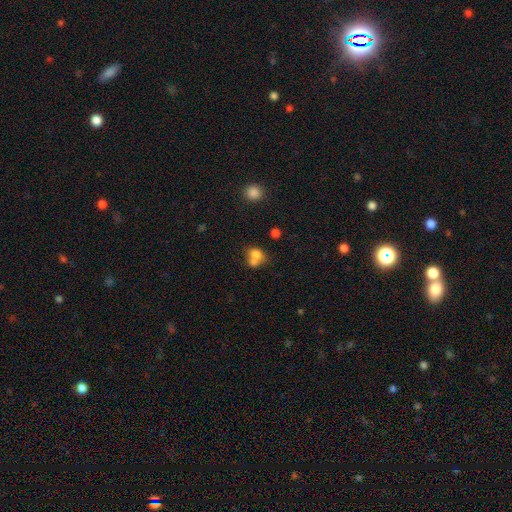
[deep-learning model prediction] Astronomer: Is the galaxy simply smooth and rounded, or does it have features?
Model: smooth — 73%.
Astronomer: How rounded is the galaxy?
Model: round — 57% (runner-up: in between, 42%).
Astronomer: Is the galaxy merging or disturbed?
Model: merger — 59%.